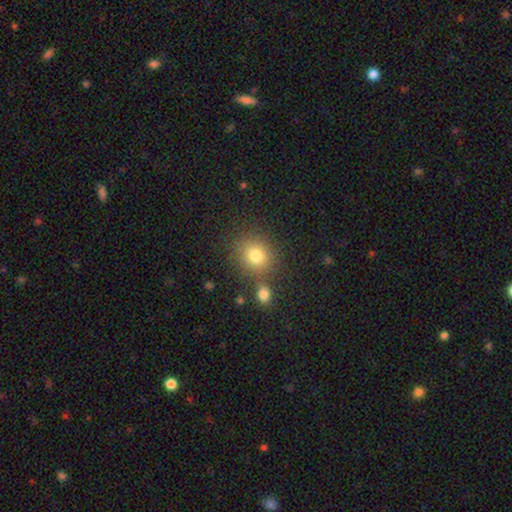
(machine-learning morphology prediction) Smooth or featured: smooth — 78% (star or artifact — 14%)
How rounded: round — 81% (in between — 18%)
Merging: none — 73% (merger — 13%)